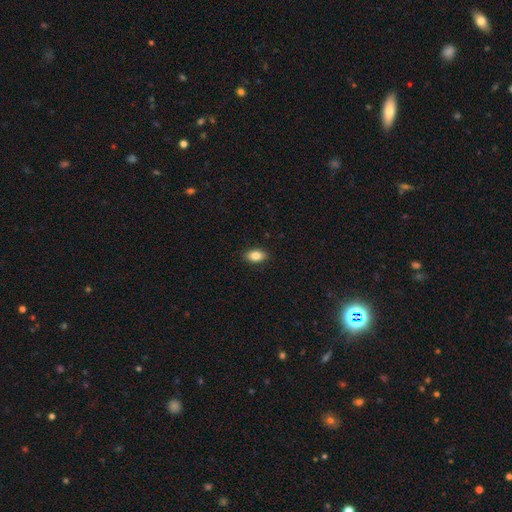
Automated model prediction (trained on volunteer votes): A smooth galaxy with no disk features (85%) that is in between round and cigar-shaped (89%).

Vote fractions:
- Smooth or featured? smooth: 85% / star or artifact: 8% / featured or disk: 7%
- How rounded? in between: 89% / round: 8% / cigar-shaped: 3%
- Merging? none: 89% / minor disturbance: 8% / major disturbance: 2% / merger: 1%